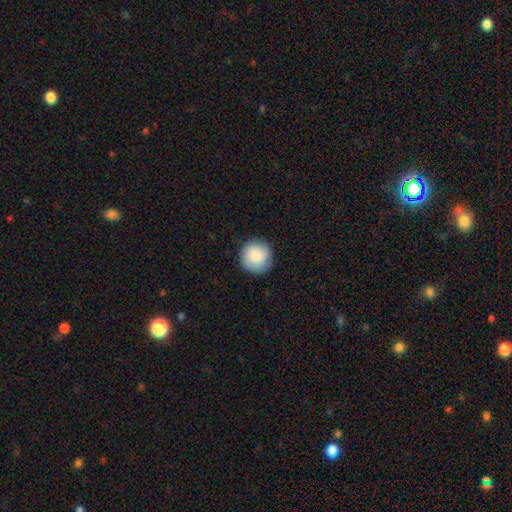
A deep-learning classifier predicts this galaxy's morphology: smooth_or_featured: smooth (p=0.87) [alt: star or artifact p=0.07]
how_rounded: round (p=0.94) [alt: in between p=0.05]
merging: none (p=0.87) [alt: minor disturbance p=0.10]